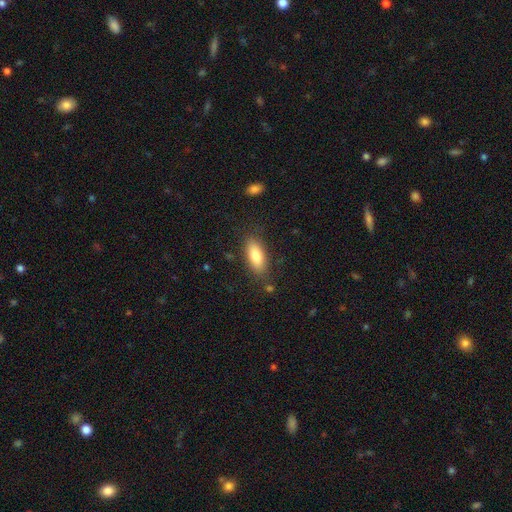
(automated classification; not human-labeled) Q: Smooth or featured?
A: smooth (79%); runner-up: featured or disk (14%)
Q: How rounded?
A: in between (79%); runner-up: cigar-shaped (18%)
Q: Merging?
A: none (82%); runner-up: minor disturbance (12%)